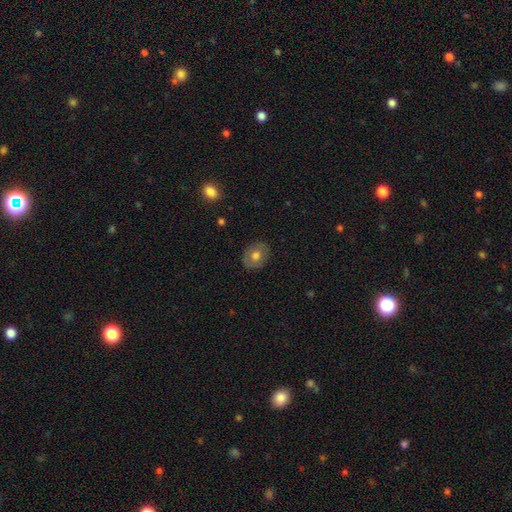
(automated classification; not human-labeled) Smooth or featured? smooth (70%)
How rounded? round (52%)
Merging? none (85%)